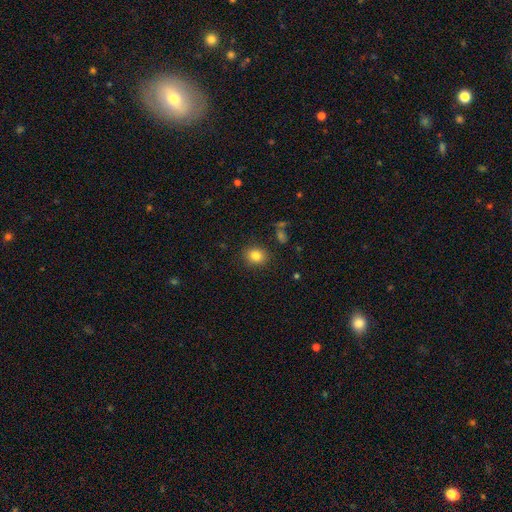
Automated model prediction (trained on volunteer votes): smooth-or-featured: smooth: 83% | star or artifact: 11% | featured or disk: 7%
  how-rounded: round: 61% | in between: 38% | cigar-shaped: 1%
  merging: none: 87% | minor disturbance: 9% | major disturbance: 3% | merger: 2%